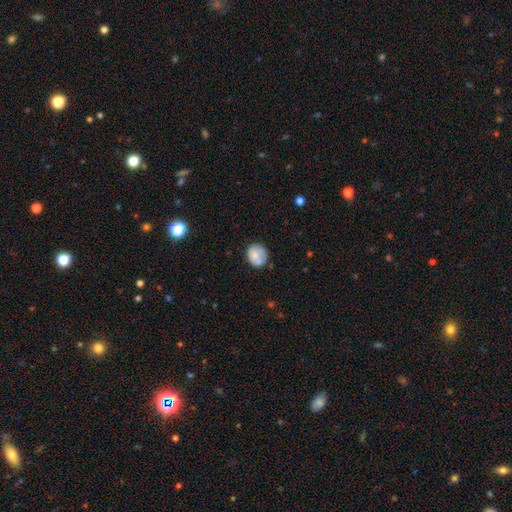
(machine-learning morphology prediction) Overall: smooth (71%). How rounded: round (75%). Merging: none (62%; minor disturbance 24%).